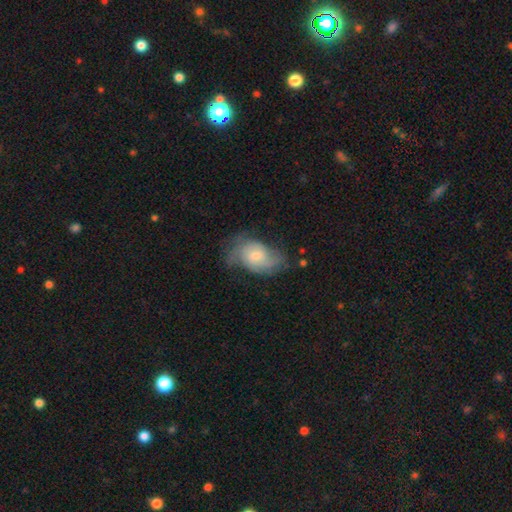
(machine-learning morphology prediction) Overall: featured or disk (56%; smooth 37%). Edge-on disk: no (96%). Bar: no (64%; weak 31%). Spiral arms: yes (81%). Bulge size: small (47%; moderate 44%). Merging: none (47%; minor disturbance 32%).